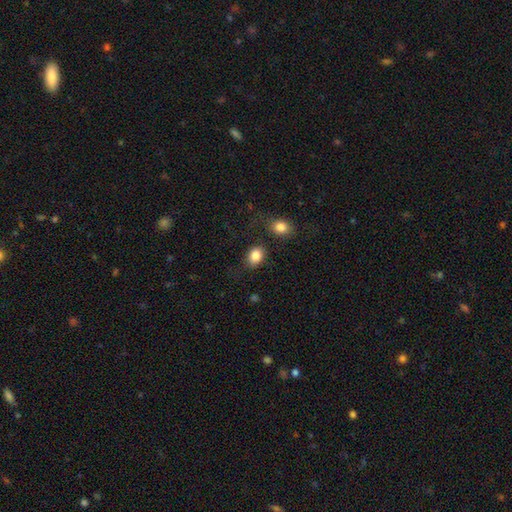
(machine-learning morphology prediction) type=smooth (84%); roundness=in between (64%); merging=none (73%).